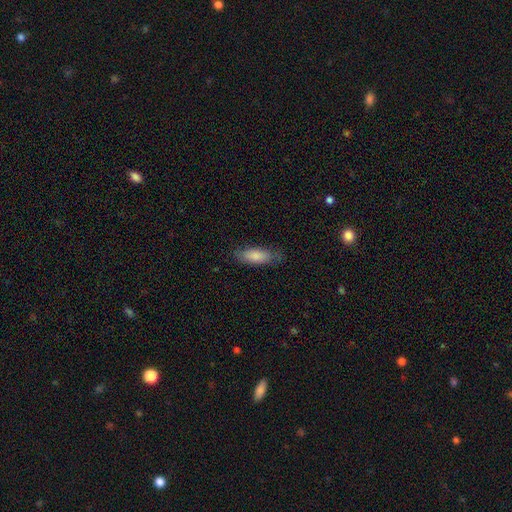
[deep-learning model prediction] This appears to be a smooth galaxy with no disk features (82%) that is in between round and cigar-shaped (70%). Merging: none (76%).